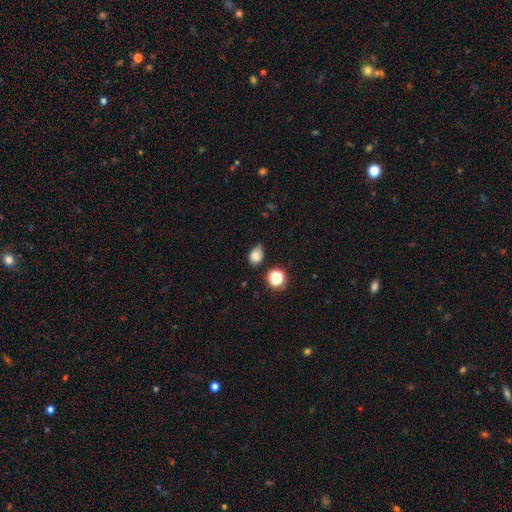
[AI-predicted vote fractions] Overall: smooth (82%). How rounded: in between (63%; round 36%). Merging: none (58%; minor disturbance 31%).